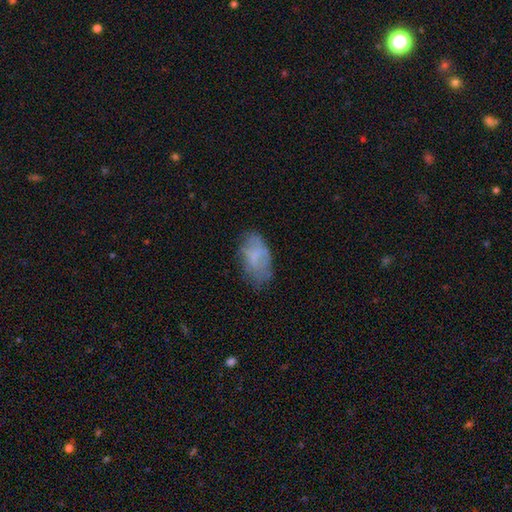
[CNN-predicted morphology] Smooth or featured? Predicted: smooth (p=0.62). How rounded? Predicted: in between (p=0.93). Merging? Predicted: none (p=0.58).